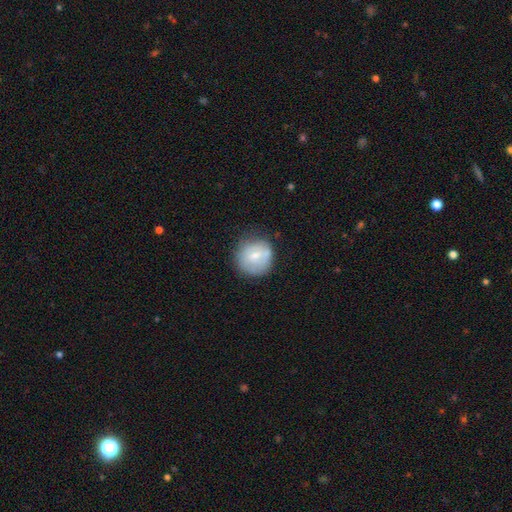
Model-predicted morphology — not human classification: A smooth galaxy with no disk features (63%) that is round (89%). Merging: none (67%).